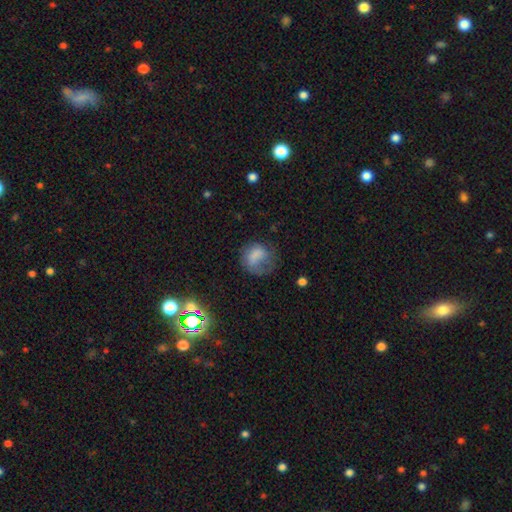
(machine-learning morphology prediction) Overall: smooth (69%). How rounded: round (65%; in between 34%). Merging: none (38%; major disturbance 34%).